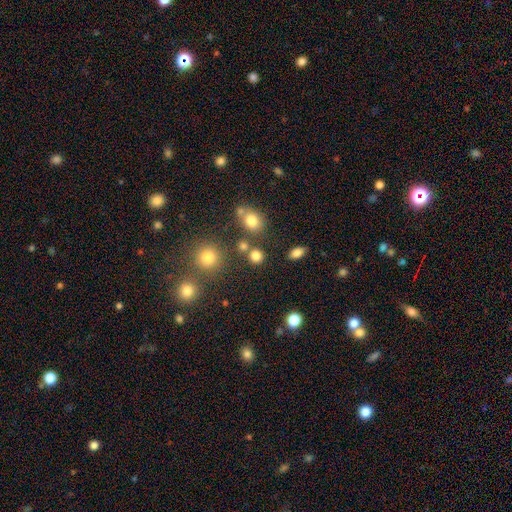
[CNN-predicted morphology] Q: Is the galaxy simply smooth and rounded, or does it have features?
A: smooth — 79%.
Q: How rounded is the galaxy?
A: round — 85%.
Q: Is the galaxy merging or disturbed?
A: none — 74%.